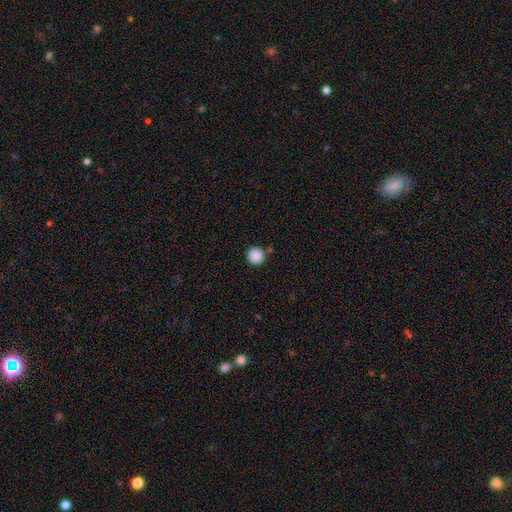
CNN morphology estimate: Q: Smooth or featured?
A: smooth (88%); runner-up: star or artifact (9%)
Q: How rounded?
A: round (93%); runner-up: in between (6%)
Q: Merging?
A: none (83%); runner-up: minor disturbance (9%)